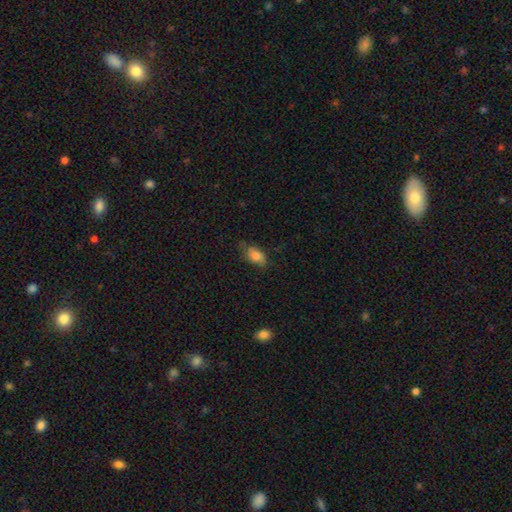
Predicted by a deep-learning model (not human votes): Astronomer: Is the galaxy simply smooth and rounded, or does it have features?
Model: smooth — 81%.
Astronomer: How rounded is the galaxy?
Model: in between — 88%.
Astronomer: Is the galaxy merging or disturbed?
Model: none — 68%.